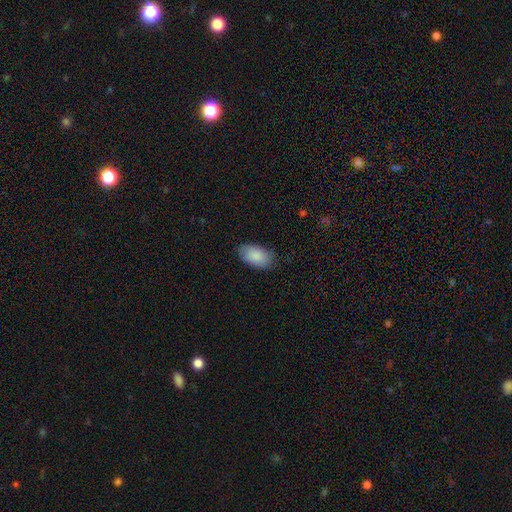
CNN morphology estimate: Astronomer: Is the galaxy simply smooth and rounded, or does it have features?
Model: smooth — 88%.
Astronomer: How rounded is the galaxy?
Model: in between — 95%.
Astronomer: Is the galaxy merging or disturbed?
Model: none — 82%.